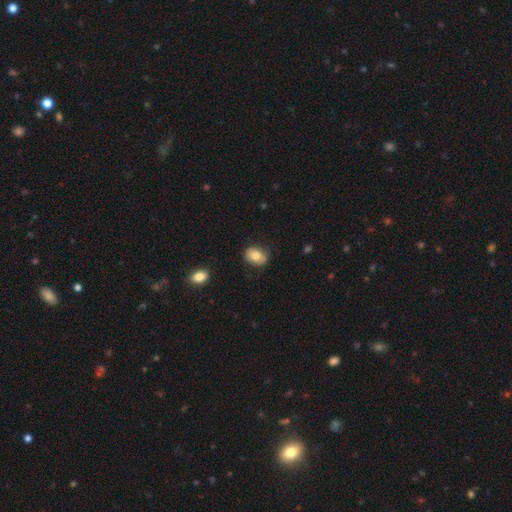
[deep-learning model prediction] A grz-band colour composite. It shows a smooth galaxy with no disk features (76%) that is in between round and cigar-shaped (66%). Merging: none (81%).